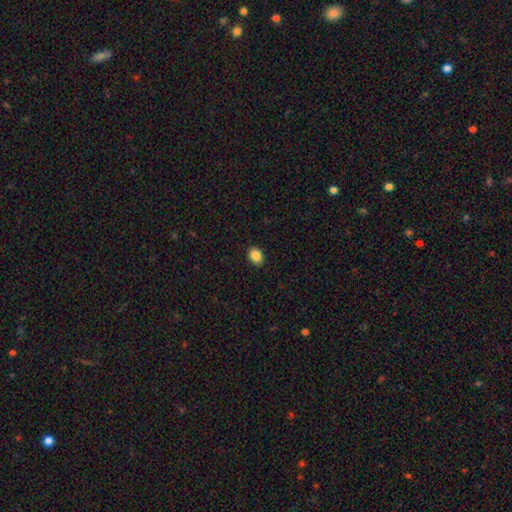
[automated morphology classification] A smooth galaxy with no disk features (87%) that is in between round and cigar-shaped (70%).

Vote fractions:
- Smooth or featured? smooth: 87% / star or artifact: 9% / featured or disk: 4%
- How rounded? in between: 70% / round: 29% / cigar-shaped: 1%
- Merging? none: 90% / minor disturbance: 7% / major disturbance: 2% / merger: 1%